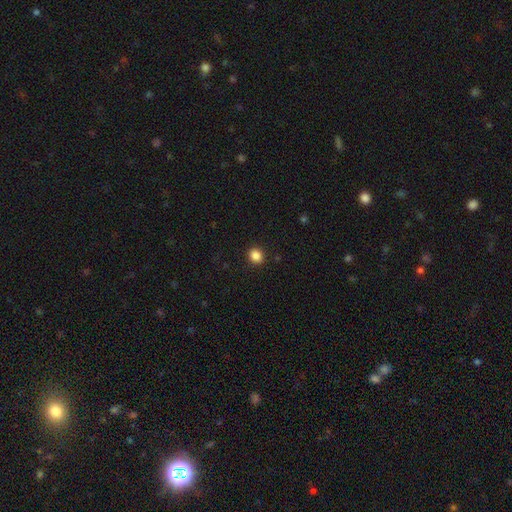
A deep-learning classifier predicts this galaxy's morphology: type=smooth (86%); roundness=round (76%); merging=none (91%).